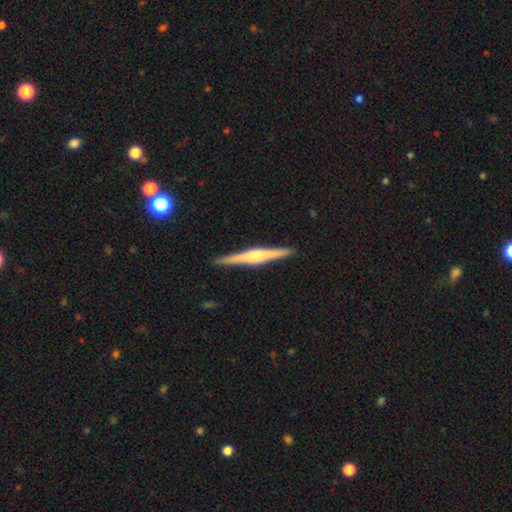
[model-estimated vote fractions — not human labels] Morphology: type=featured or disk (77%); edge-on=yes (98%); edge-on bulge=rounded (77%); merging=none (92%).